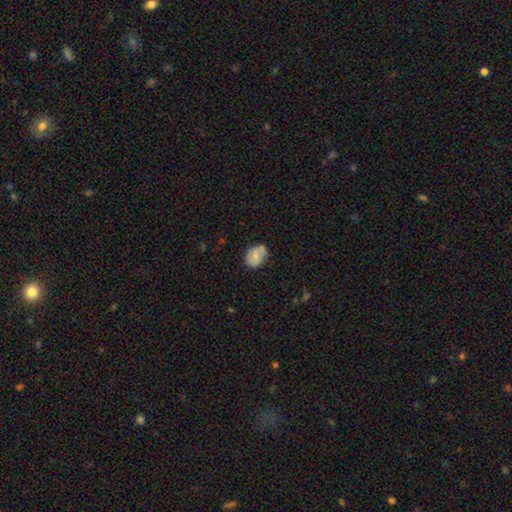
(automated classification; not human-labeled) This appears to be a smooth galaxy with no disk features (69%) that is in between round and cigar-shaped (64%). Merging: none (60%).